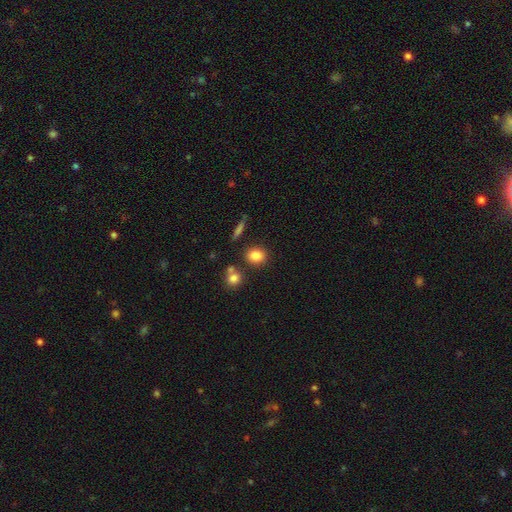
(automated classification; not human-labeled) Overall: smooth (84%). How rounded: round (54%; in between 44%). Merging: none (80%).